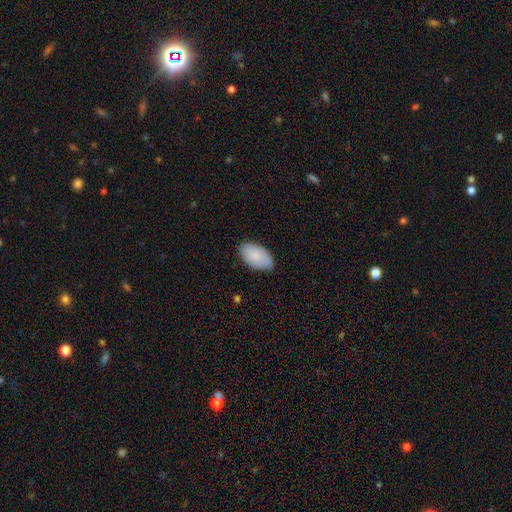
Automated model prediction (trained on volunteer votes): Smooth or featured? Predicted: smooth (p=0.81). How rounded? Predicted: in between (p=0.95). Merging? Predicted: none (p=0.68).